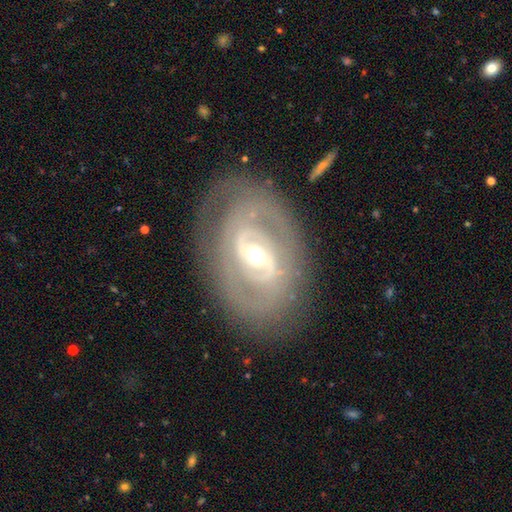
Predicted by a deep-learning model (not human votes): Q: Smooth or featured?
A: featured or disk (80%); runner-up: smooth (15%)
Q: Edge-on disk?
A: no (94%); runner-up: yes (6%)
Q: Bar?
A: weak (38%); runner-up: no (32%)
Q: Spiral arms?
A: yes (58%); runner-up: no (42%)
Q: Bulge size?
A: moderate (65%); runner-up: small (26%)
Q: Merging?
A: none (74%); runner-up: minor disturbance (15%)